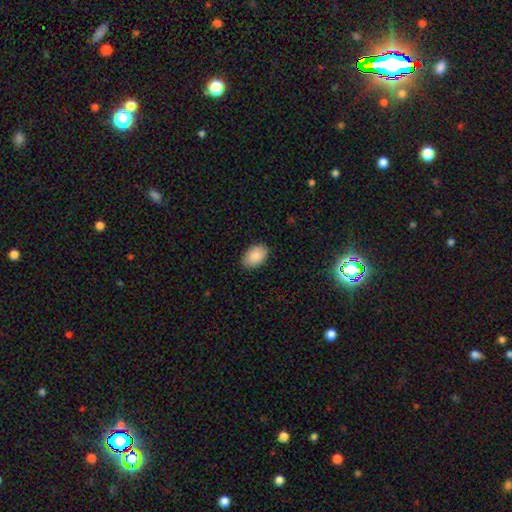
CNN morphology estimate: smooth_or_featured: smooth (p=0.89) [alt: star or artifact p=0.07]
how_rounded: in between (p=0.90) [alt: round p=0.09]
merging: none (p=0.87) [alt: minor disturbance p=0.10]